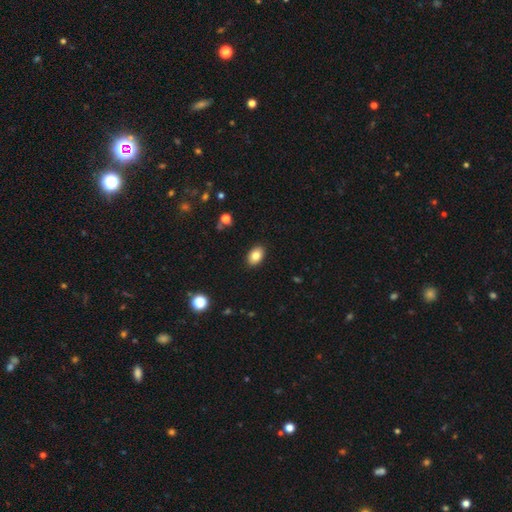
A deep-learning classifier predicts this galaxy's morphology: smooth 83%, featured or disk 9%, star or artifact 8%. Down the decision tree: how rounded — in between (86%); merging — none (89%).